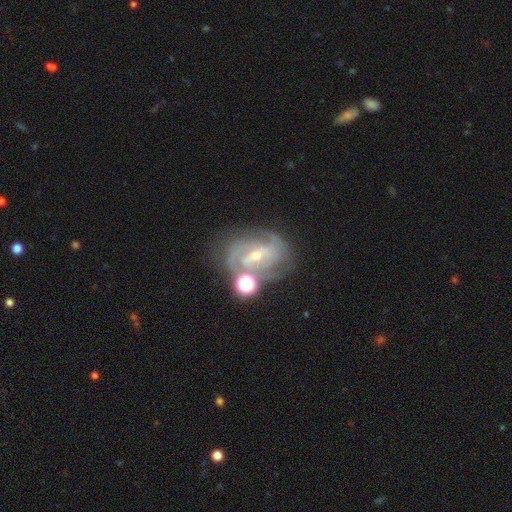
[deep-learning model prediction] smooth_or_featured: featured or disk (p=0.85) [alt: star or artifact p=0.08]
disk_edge_on: no (p=0.96) [alt: yes p=0.04]
bar: weak (p=0.42) [alt: strong p=0.33]
has_spiral_arms: yes (p=0.95) [alt: no p=0.05]
spiral_winding: tight (p=0.49) [alt: medium p=0.42]
spiral_arm_count: 2 (p=0.41) [alt: 3 p=0.25]
bulge_size: small (p=0.63) [alt: moderate p=0.33]
merging: none (p=0.61) [alt: minor disturbance p=0.17]